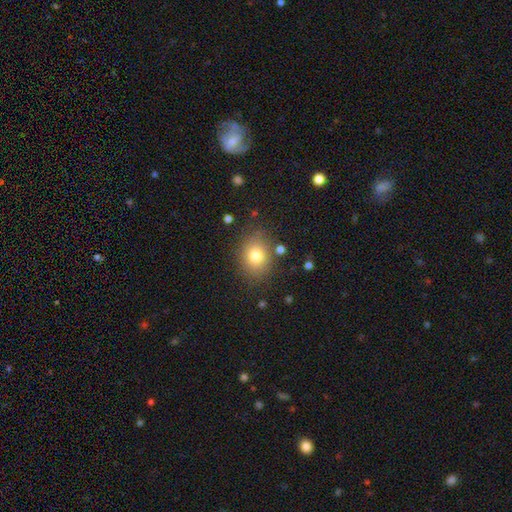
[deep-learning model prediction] Smooth or featured: smooth — 78% (star or artifact — 12%)
How rounded: round — 51% (in between — 48%)
Merging: none — 80% (minor disturbance — 12%)